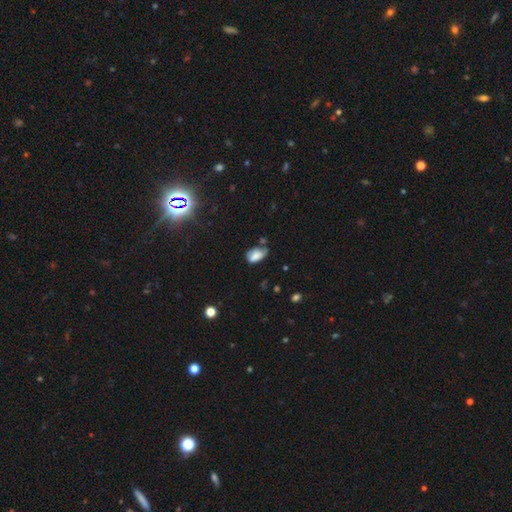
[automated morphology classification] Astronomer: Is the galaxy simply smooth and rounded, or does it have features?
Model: smooth — 70%.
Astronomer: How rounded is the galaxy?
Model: in between — 90%.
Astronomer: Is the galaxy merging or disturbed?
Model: none — 41% (runner-up: minor disturbance, 38%).